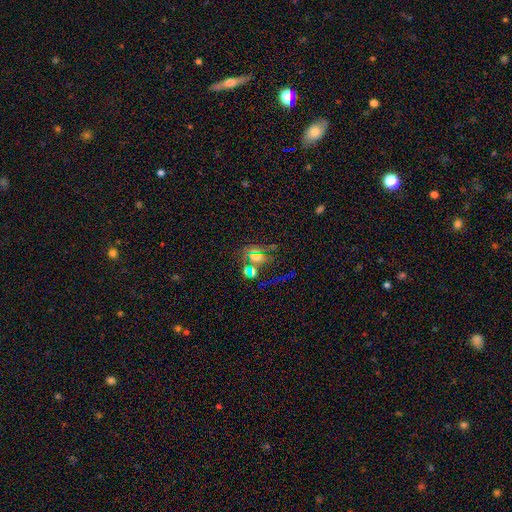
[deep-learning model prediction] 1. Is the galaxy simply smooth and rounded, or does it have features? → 44% star or artifact, 35% smooth, 21% featured or disk.